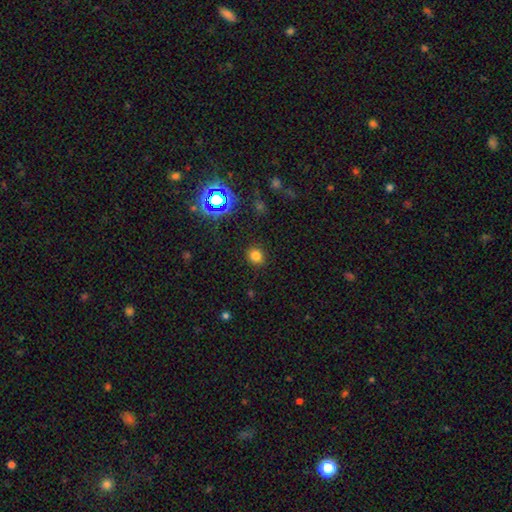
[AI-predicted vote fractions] smooth 77%, star or artifact 18%, featured or disk 6%. Down the decision tree: how rounded — round (75%); merging — none (88%).